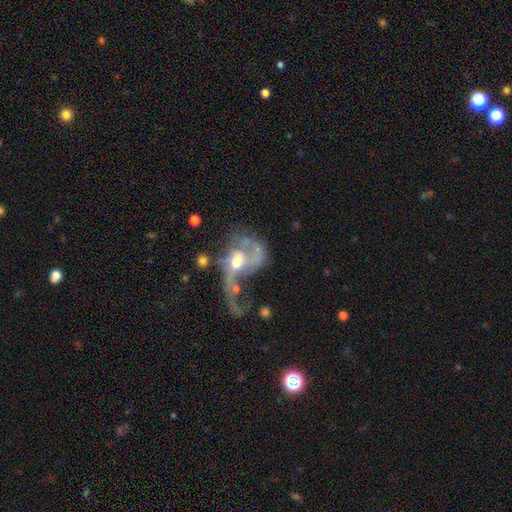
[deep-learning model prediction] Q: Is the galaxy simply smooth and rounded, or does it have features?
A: featured or disk — 75%.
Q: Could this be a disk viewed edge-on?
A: no — 97%.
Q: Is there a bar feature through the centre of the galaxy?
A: no — 55%.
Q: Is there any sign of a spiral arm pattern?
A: yes — 74%.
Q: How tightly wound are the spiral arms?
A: loose — 68%.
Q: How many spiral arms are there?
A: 2 — 43%.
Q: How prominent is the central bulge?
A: moderate — 62%.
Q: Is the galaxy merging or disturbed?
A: major disturbance — 47%.